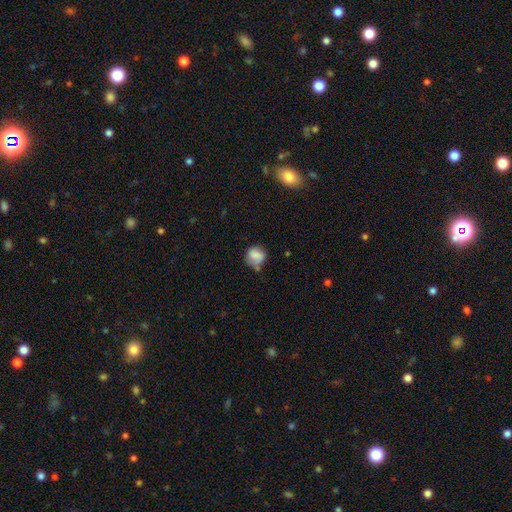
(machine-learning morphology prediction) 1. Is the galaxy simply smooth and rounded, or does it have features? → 76% smooth, 15% featured or disk, 9% star or artifact.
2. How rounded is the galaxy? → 72% round, 27% in between, 1% cigar-shaped.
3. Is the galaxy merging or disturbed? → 46% none, 33% minor disturbance, 12% major disturbance, 9% merger.